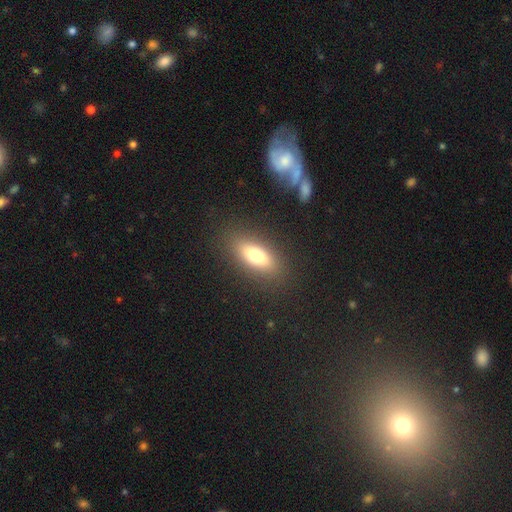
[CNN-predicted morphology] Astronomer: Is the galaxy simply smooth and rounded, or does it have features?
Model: smooth — 73%.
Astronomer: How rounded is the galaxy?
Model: in between — 75%.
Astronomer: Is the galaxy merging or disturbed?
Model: none — 86%.